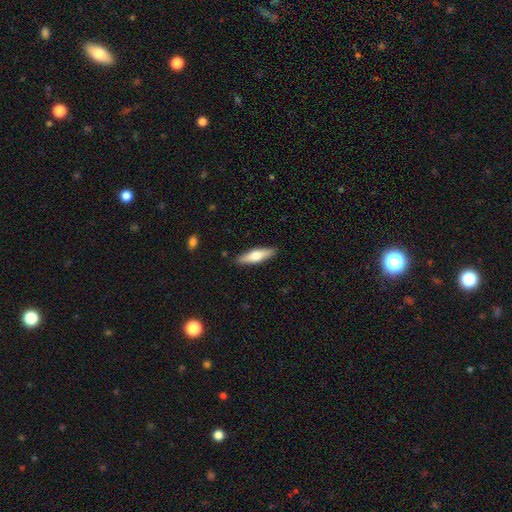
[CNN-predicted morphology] type=smooth (56%); roundness=cigar-shaped (64%); merging=none (89%).